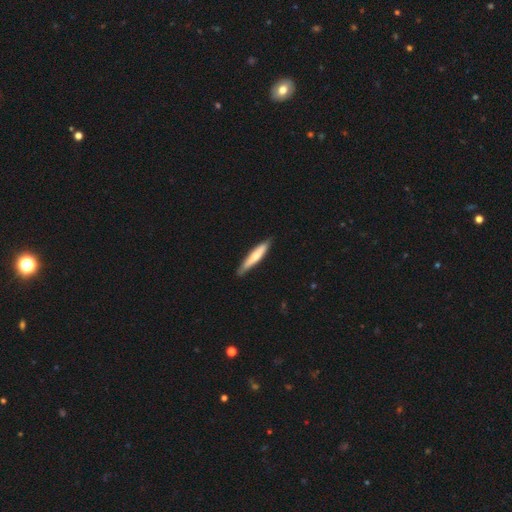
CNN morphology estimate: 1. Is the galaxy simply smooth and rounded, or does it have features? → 63% smooth, 32% featured or disk, 5% star or artifact.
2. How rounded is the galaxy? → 91% cigar-shaped, 8% in between, 1% round.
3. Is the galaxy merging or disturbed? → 83% none, 14% minor disturbance, 2% major disturbance, 1% merger.